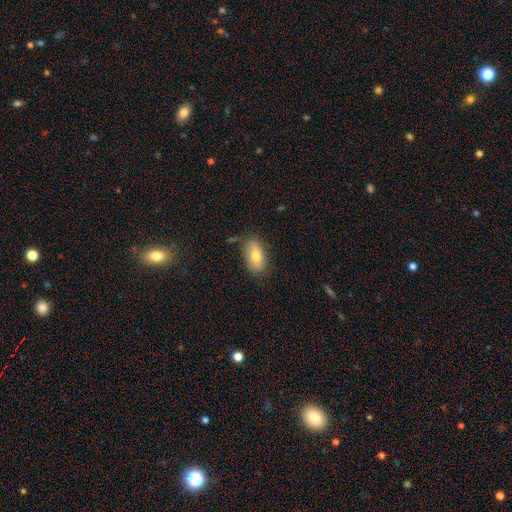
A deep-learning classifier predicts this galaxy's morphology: smooth 71%, featured or disk 20%, star or artifact 8%. Down the decision tree: how rounded — in between (91%); merging — none (73%).